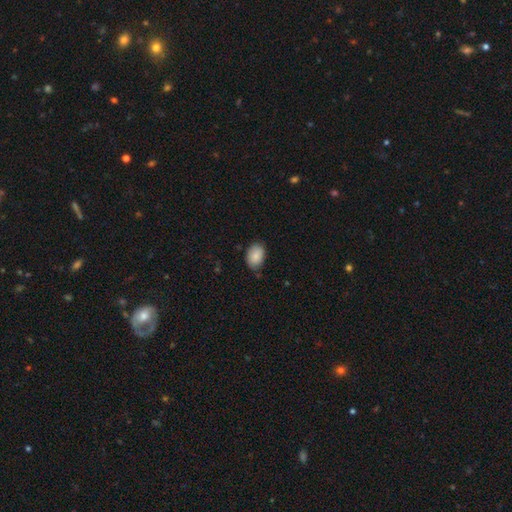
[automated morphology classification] Q: Smooth or featured?
A: smooth (87%); runner-up: star or artifact (7%)
Q: How rounded?
A: in between (85%); runner-up: round (14%)
Q: Merging?
A: none (76%); runner-up: minor disturbance (20%)